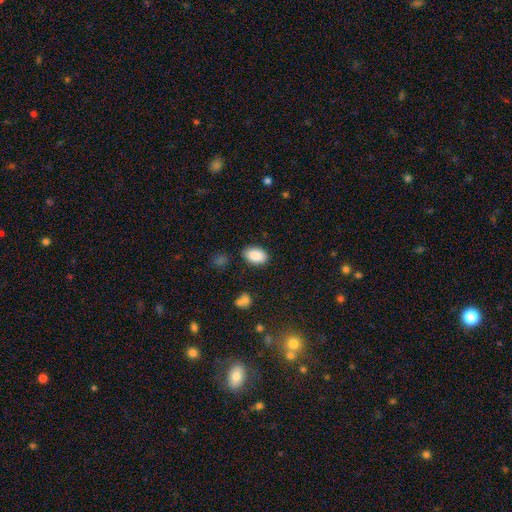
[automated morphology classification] Overall: smooth (89%). How rounded: in between (90%). Merging: none (84%).